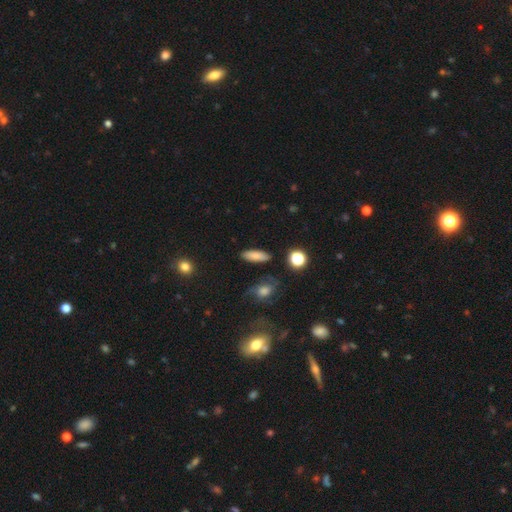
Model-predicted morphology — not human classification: smooth-or-featured: smooth: 81% | featured or disk: 10% | star or artifact: 9%
  how-rounded: in between: 55% | cigar-shaped: 40% | round: 5%
  merging: none: 82% | minor disturbance: 11% | major disturbance: 3% | merger: 3%